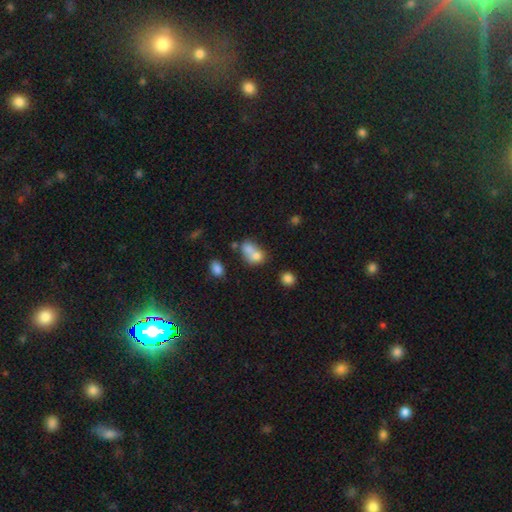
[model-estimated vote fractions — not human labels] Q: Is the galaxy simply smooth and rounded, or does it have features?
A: smooth — 74%.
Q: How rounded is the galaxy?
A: in between — 58%.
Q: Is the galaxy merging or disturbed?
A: merger — 60%.